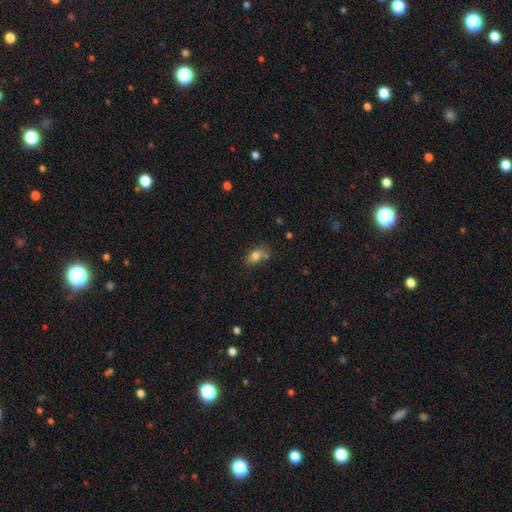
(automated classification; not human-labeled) Smooth or featured: smooth — 77% (featured or disk — 13%)
How rounded: in between — 75% (round — 22%)
Merging: none — 59% (minor disturbance — 21%)